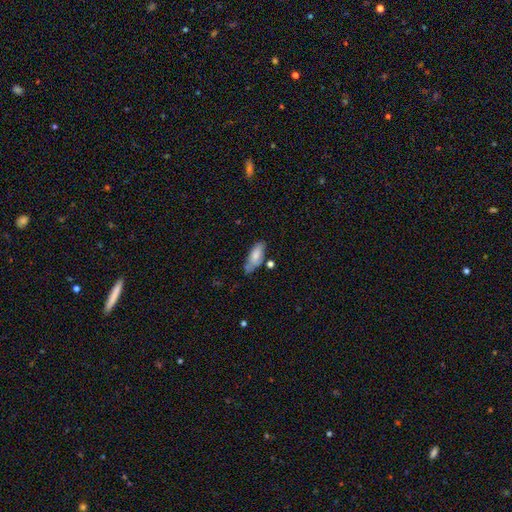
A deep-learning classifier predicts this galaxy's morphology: smooth_or_featured: smooth (p=0.75) [alt: featured or disk p=0.18]
how_rounded: in between (p=0.75) [alt: cigar-shaped p=0.23]
merging: none (p=0.58) [alt: minor disturbance p=0.27]